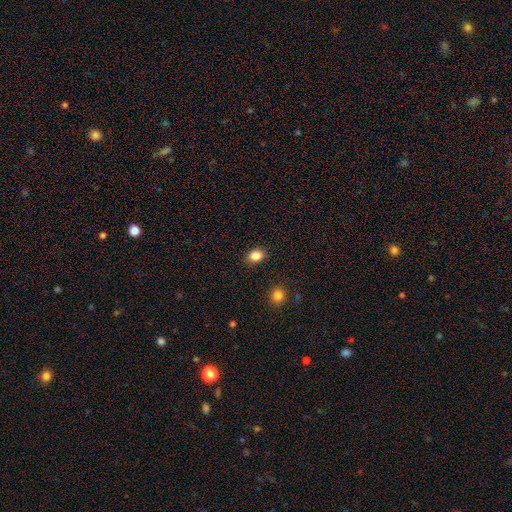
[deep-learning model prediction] A smooth galaxy with no disk features (85%) that is in between round and cigar-shaped (69%).

Vote fractions:
- Smooth or featured? smooth: 85% / star or artifact: 10% / featured or disk: 5%
- How rounded? in between: 69% / round: 30% / cigar-shaped: 1%
- Merging? none: 88% / minor disturbance: 8% / major disturbance: 2% / merger: 2%